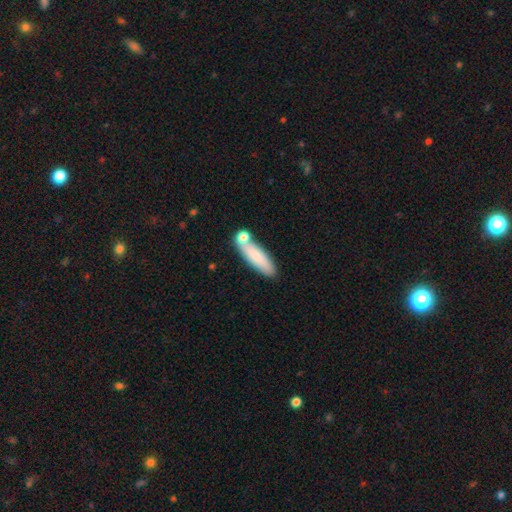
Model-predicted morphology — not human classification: Overall: smooth (80%). How rounded: cigar-shaped (60%; in between 38%). Merging: none (66%).